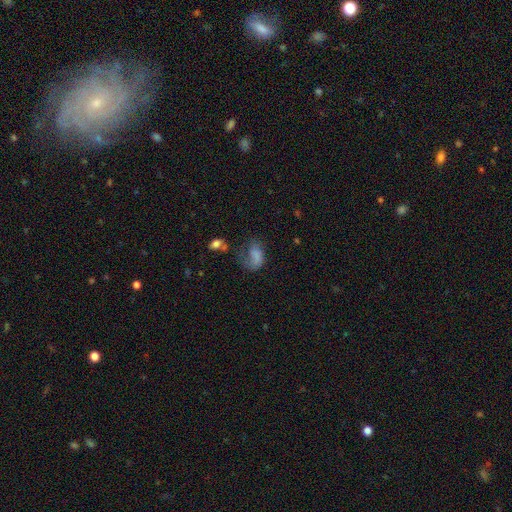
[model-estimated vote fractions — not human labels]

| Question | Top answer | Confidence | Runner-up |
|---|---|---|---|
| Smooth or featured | smooth | 59% | featured or disk (30%) |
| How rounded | in between | 82% | round (16%) |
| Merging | major disturbance | 49% | none (25%) |